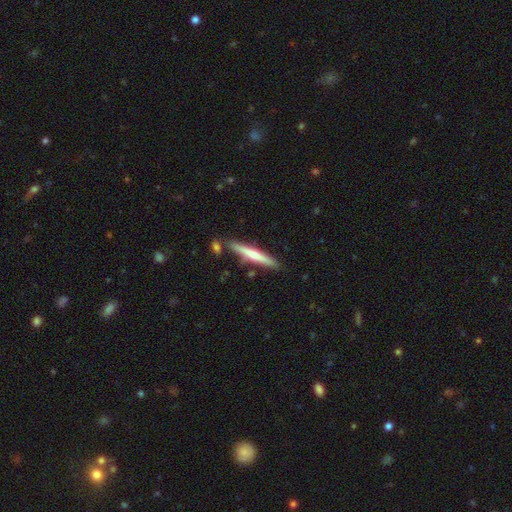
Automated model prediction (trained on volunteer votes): Q: Smooth or featured?
A: smooth (53%); runner-up: featured or disk (42%)
Q: How rounded?
A: cigar-shaped (94%); runner-up: in between (5%)
Q: Merging?
A: none (81%); runner-up: minor disturbance (11%)